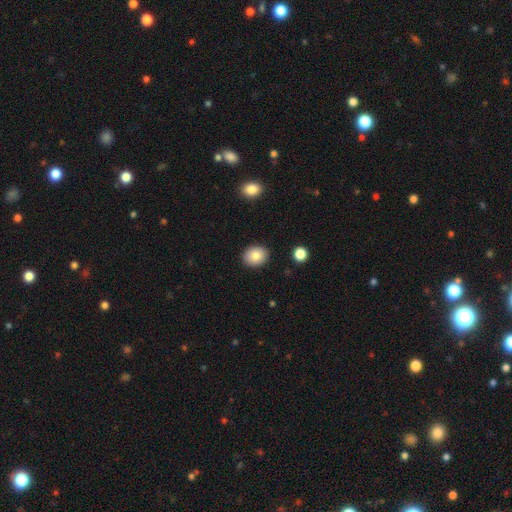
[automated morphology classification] A smooth galaxy with no disk features (82%) that is in between round and cigar-shaped (52%). Merging: none (89%).